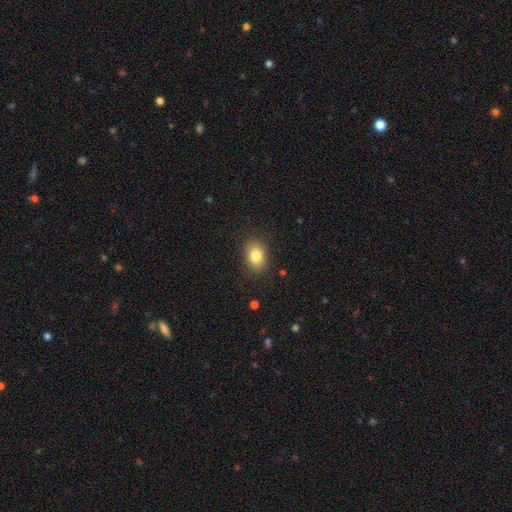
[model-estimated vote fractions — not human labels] Smooth or featured?
  - smooth: 83% *
  - star or artifact: 9%
  - featured or disk: 8%
How rounded?
  - in between: 77% *
  - round: 22%
  - cigar-shaped: 1%
Merging?
  - none: 86% *
  - minor disturbance: 10%
  - major disturbance: 3%
  - merger: 1%